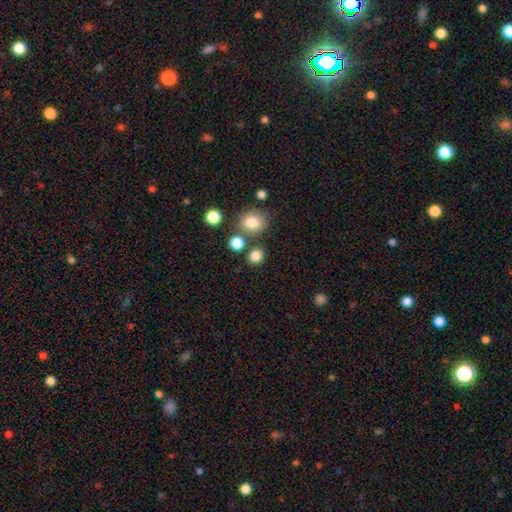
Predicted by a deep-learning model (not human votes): This appears to be a smooth galaxy with no disk features (82%) that is round (73%). Merging: none (77%).